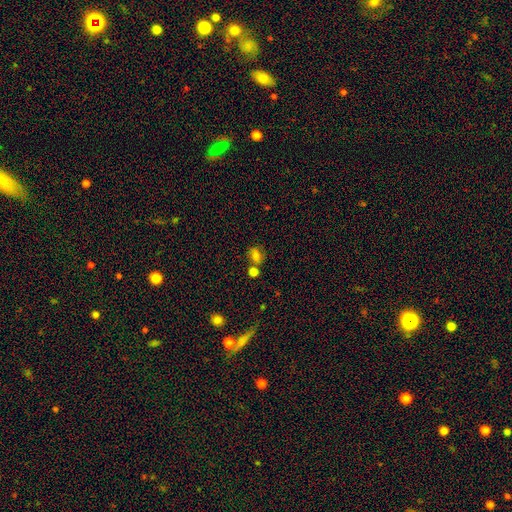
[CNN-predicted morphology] The model was most divided on "merging": none: 52%, merger: 26%, minor disturbance: 15%, major disturbance: 6%. More confident: smooth or featured — smooth (72%); how rounded — in between (63%).